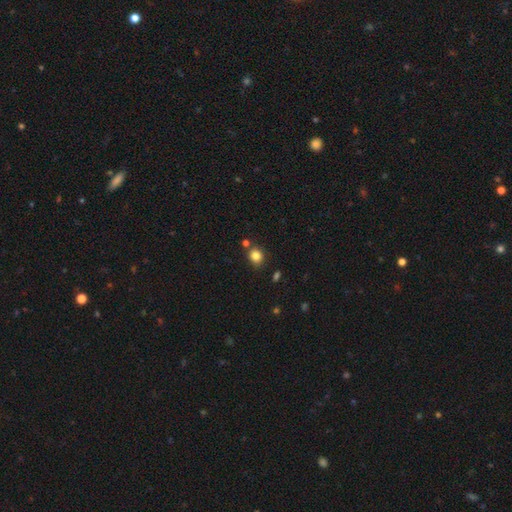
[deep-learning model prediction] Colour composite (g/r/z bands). It shows a smooth galaxy with no disk features (83%) that is round (74%). Merging: none (78%).